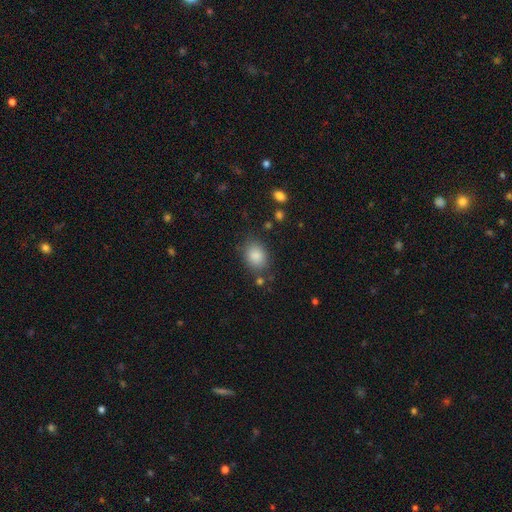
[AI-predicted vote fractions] Smooth or featured? smooth (86%)
How rounded? in between (60%)
Merging? none (76%)